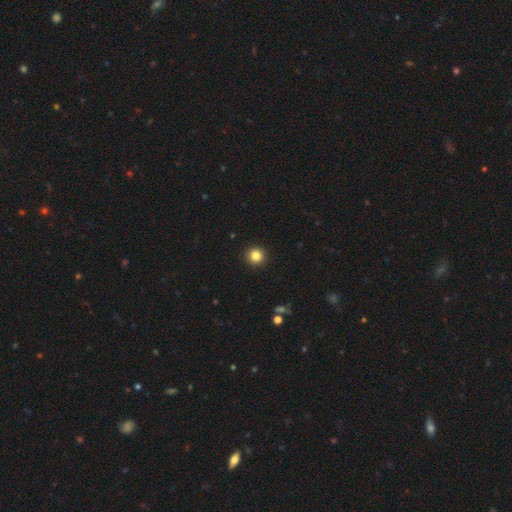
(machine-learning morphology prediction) This appears to be a smooth galaxy with no disk features (84%) that is round (95%). Merging: none (93%).